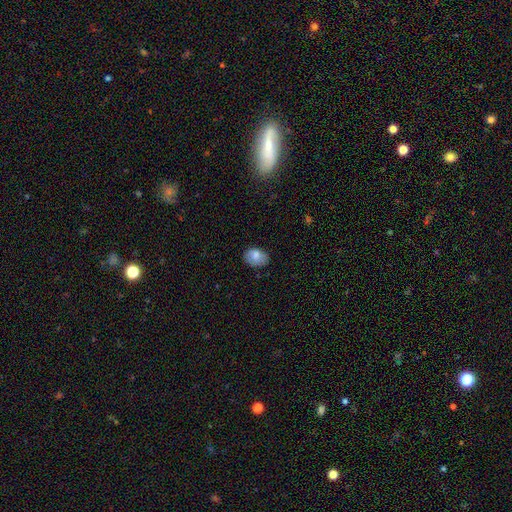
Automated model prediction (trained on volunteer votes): Q: Smooth or featured?
A: smooth (80%); runner-up: featured or disk (12%)
Q: How rounded?
A: in between (76%); runner-up: round (23%)
Q: Merging?
A: none (77%); runner-up: minor disturbance (18%)